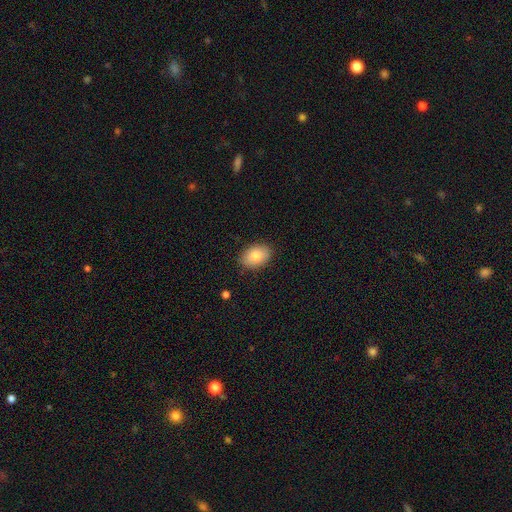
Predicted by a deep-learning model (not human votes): A smooth galaxy with no disk features (83%) that is in between round and cigar-shaped (83%). Merging: none (87%).